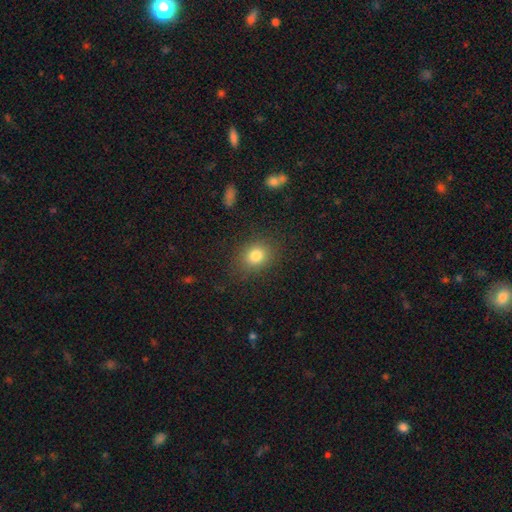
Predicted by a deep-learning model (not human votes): Smooth or featured? Predicted: smooth (p=0.80). How rounded? Predicted: round (p=0.55). Merging? Predicted: none (p=0.83).